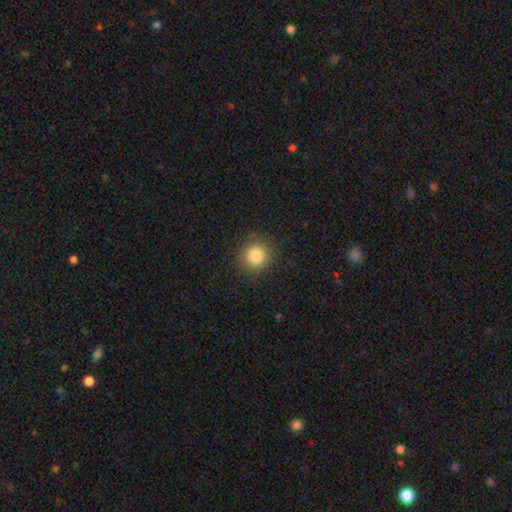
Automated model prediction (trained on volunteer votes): Smooth or featured?
  - smooth: 83% *
  - star or artifact: 11%
  - featured or disk: 6%
How rounded?
  - round: 91% *
  - in between: 8%
  - cigar-shaped: 1%
Merging?
  - none: 89% *
  - minor disturbance: 7%
  - major disturbance: 3%
  - merger: 1%